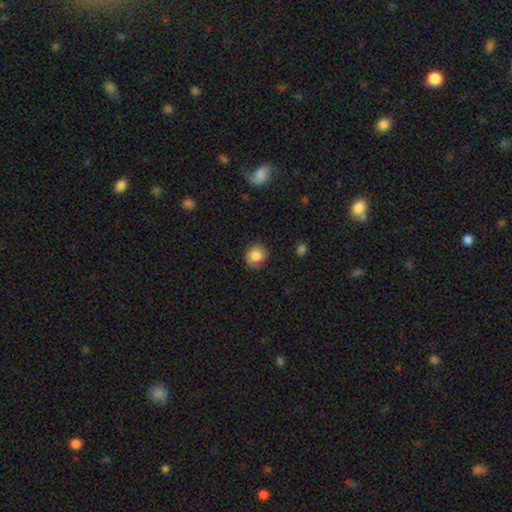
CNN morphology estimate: A smooth galaxy with no disk features (85%) that is round (86%). Merging: none (89%).